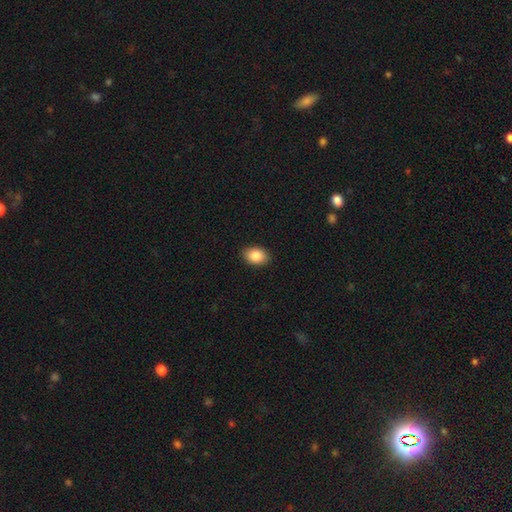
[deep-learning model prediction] Q: Smooth or featured?
A: smooth (88%); runner-up: star or artifact (7%)
Q: How rounded?
A: in between (81%); runner-up: round (18%)
Q: Merging?
A: none (89%); runner-up: minor disturbance (8%)